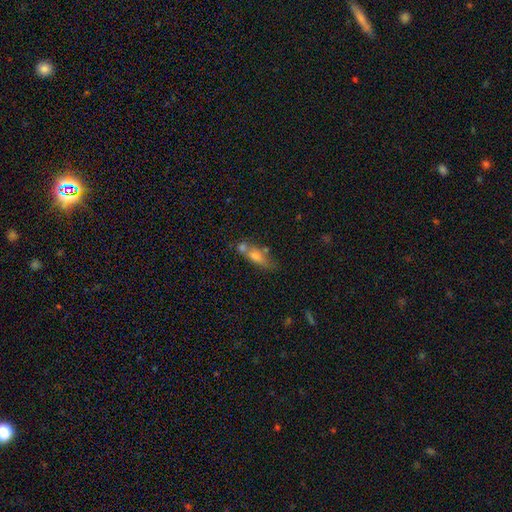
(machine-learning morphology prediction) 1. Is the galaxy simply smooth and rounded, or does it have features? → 59% smooth, 30% featured or disk, 11% star or artifact.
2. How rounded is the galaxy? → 58% in between, 36% cigar-shaped, 6% round.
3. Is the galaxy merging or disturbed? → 43% none, 32% merger, 17% minor disturbance, 8% major disturbance.